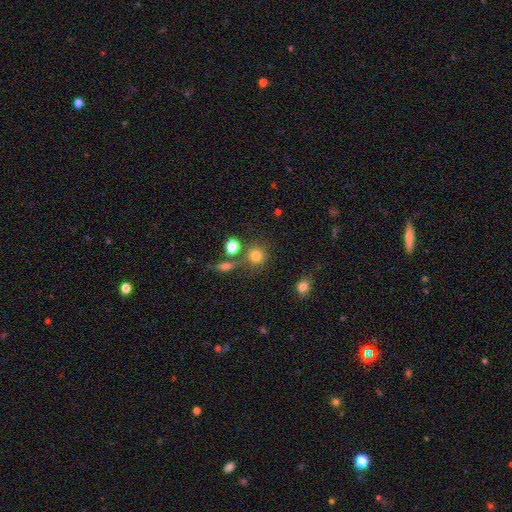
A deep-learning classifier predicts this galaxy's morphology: smooth 78%, star or artifact 14%, featured or disk 8%. Down the decision tree: how rounded — round (87%); merging — none (68%).